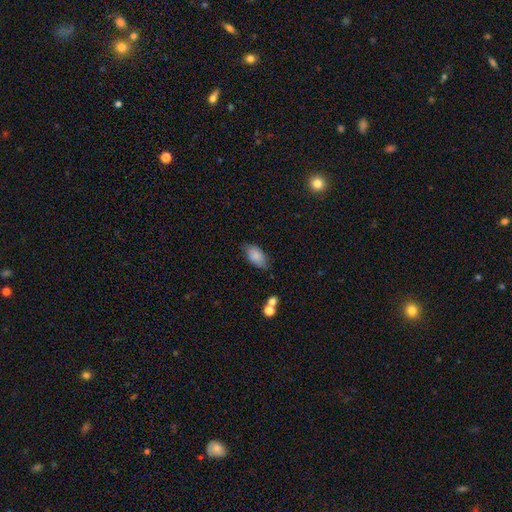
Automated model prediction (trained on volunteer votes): Smooth or featured?
  - smooth: 83% *
  - featured or disk: 9%
  - star or artifact: 7%
How rounded?
  - in between: 92% *
  - round: 5%
  - cigar-shaped: 3%
Merging?
  - none: 70% *
  - minor disturbance: 23%
  - major disturbance: 5%
  - merger: 2%